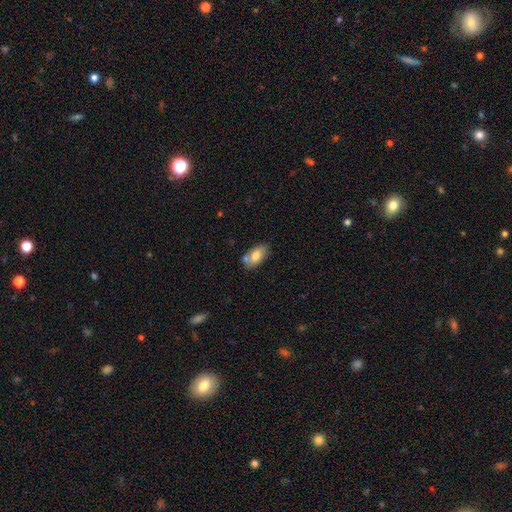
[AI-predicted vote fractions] Smooth or featured: smooth — 74% (featured or disk — 19%)
How rounded: in between — 92% (round — 5%)
Merging: none — 62% (minor disturbance — 17%)